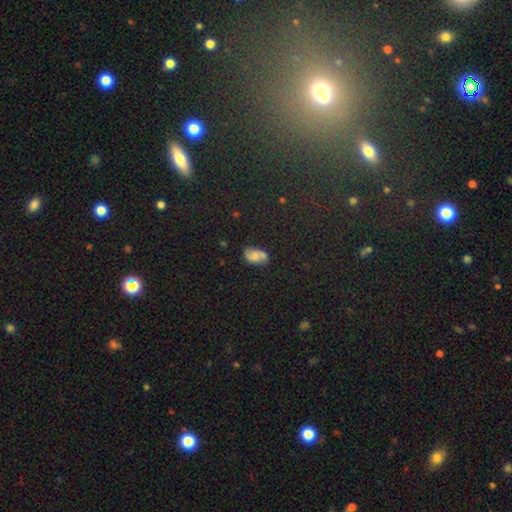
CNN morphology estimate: A smooth galaxy with no disk features (43%). Merging: none (65%).